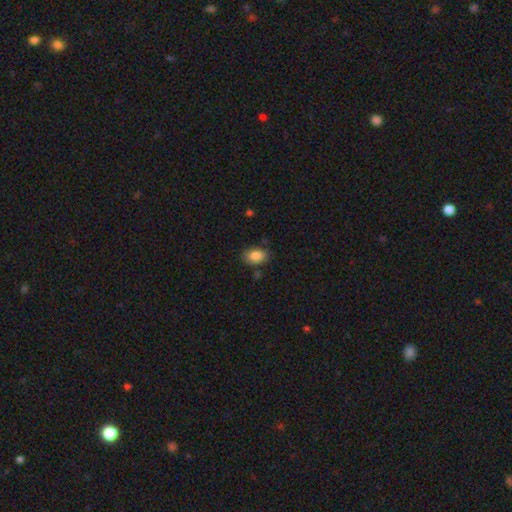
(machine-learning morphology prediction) A smooth galaxy with no disk features (85%) that is in between round and cigar-shaped (87%). Merging: none (81%).